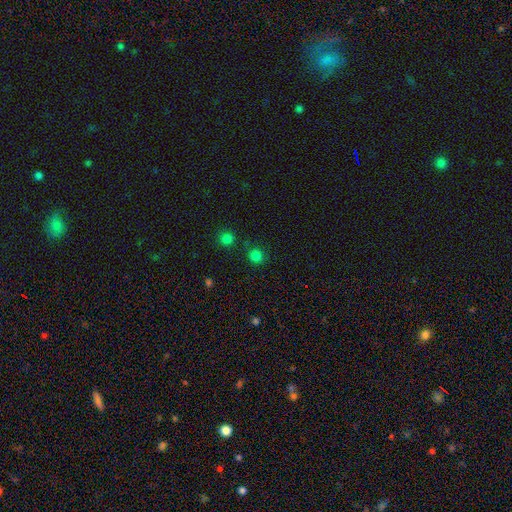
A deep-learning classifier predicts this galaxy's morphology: Q: Smooth or featured?
A: smooth (78%); runner-up: star or artifact (19%)
Q: How rounded?
A: round (90%); runner-up: in between (9%)
Q: Merging?
A: none (83%); runner-up: minor disturbance (8%)